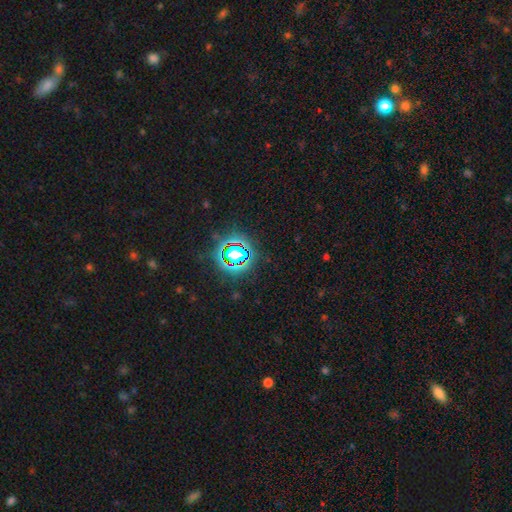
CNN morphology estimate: smooth_or_featured: star or artifact (p=0.78) [alt: smooth p=0.14]